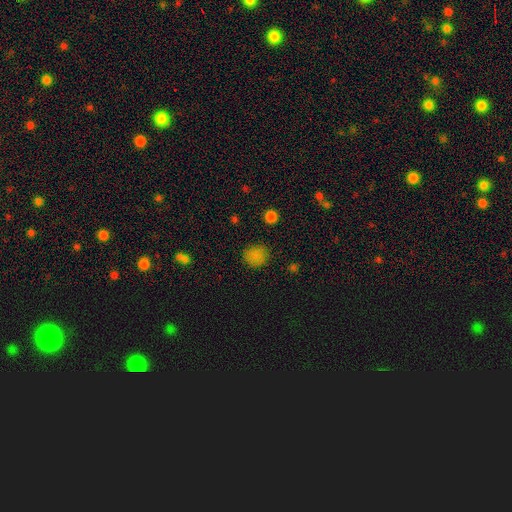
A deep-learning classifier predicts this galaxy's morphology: A smooth galaxy with no disk features (79%) that is round (81%). Merging: none (84%).